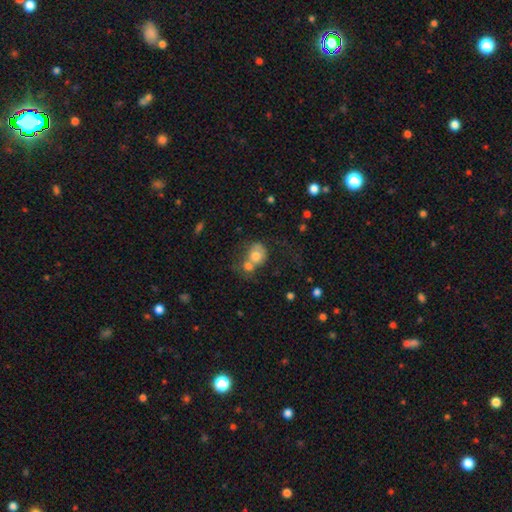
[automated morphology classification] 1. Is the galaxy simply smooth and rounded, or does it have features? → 68% smooth, 22% featured or disk, 9% star or artifact.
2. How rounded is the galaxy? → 65% round, 34% in between, 1% cigar-shaped.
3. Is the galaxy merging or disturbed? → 60% merger, 20% none, 10% minor disturbance, 9% major disturbance.